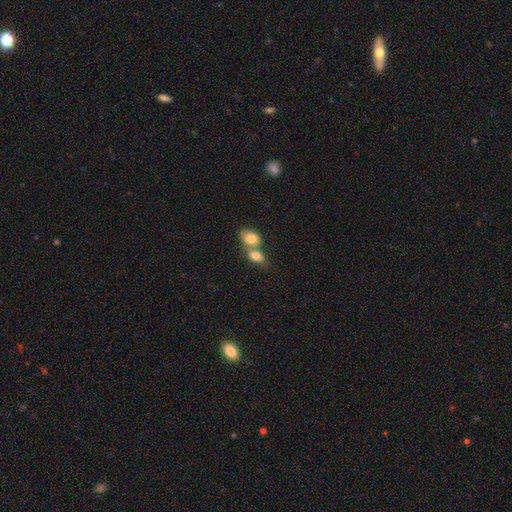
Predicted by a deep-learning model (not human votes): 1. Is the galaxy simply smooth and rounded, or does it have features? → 79% smooth, 14% featured or disk, 8% star or artifact.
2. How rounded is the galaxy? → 78% in between, 19% round, 3% cigar-shaped.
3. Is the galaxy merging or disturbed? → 66% merger, 24% none, 7% minor disturbance, 3% major disturbance.